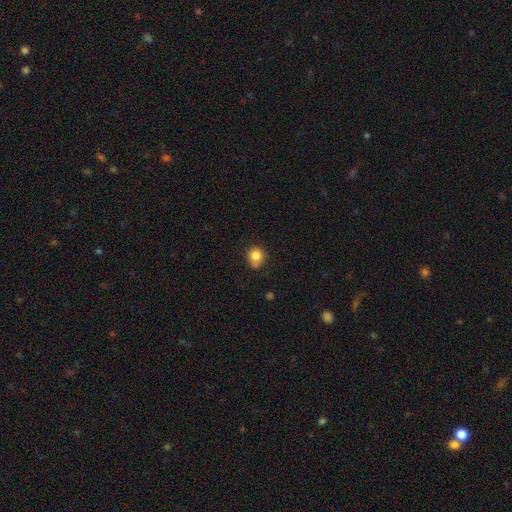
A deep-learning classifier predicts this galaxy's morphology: Q: Smooth or featured?
A: smooth (82%); runner-up: star or artifact (10%)
Q: How rounded?
A: round (75%); runner-up: in between (24%)
Q: Merging?
A: none (57%); runner-up: minor disturbance (31%)